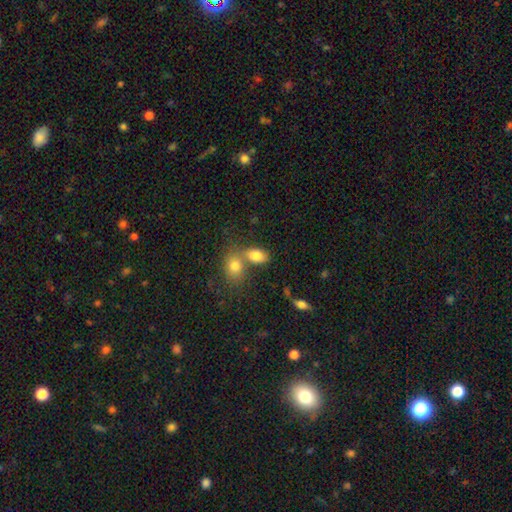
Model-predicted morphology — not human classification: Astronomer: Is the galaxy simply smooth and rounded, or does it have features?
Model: smooth — 80%.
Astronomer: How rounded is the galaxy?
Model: in between — 85%.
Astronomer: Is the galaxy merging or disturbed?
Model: merger — 46% (runner-up: none, 41%).